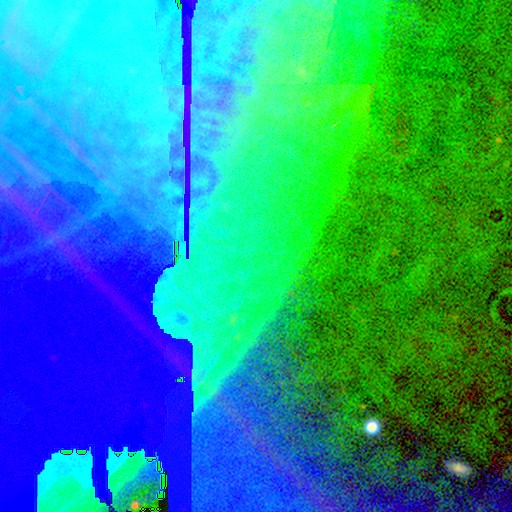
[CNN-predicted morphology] This is clearly a star or artifact rather than a galaxy (84%).